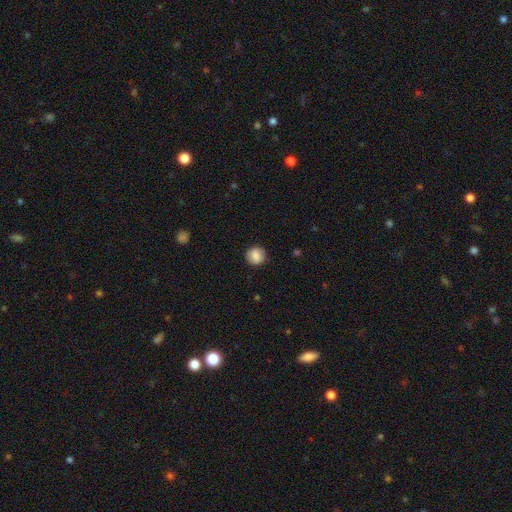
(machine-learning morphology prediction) Smooth or featured?
  - smooth: 86% *
  - star or artifact: 9%
  - featured or disk: 6%
How rounded?
  - round: 92% *
  - in between: 7%
  - cigar-shaped: 1%
Merging?
  - none: 89% *
  - minor disturbance: 7%
  - major disturbance: 2%
  - merger: 1%